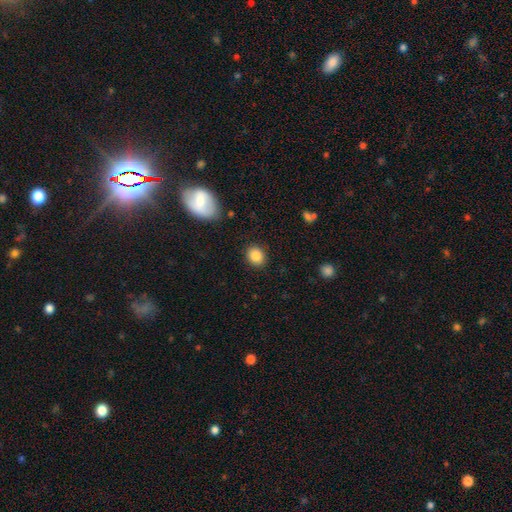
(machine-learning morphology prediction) The model was most divided on "how rounded": round: 58%, in between: 41%, cigar-shaped: 1%. More confident: merging — none (87%); smooth or featured — smooth (87%).